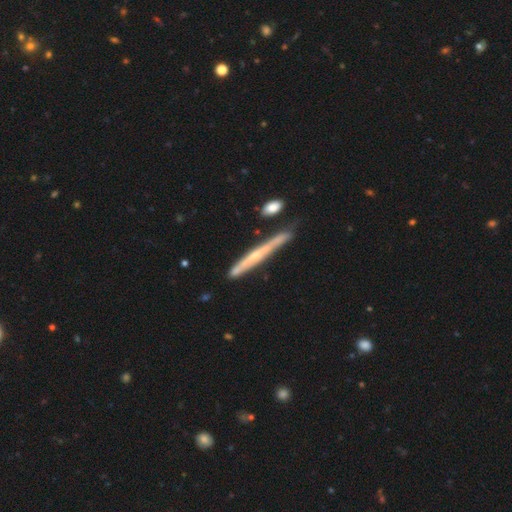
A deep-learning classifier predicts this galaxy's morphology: smooth_or_featured: featured or disk (p=0.64) [alt: smooth p=0.30]
disk_edge_on: yes (p=0.94) [alt: no p=0.06]
edge_on_bulge: none (p=0.50) [alt: rounded p=0.44]
merging: none (p=0.75) [alt: minor disturbance p=0.16]